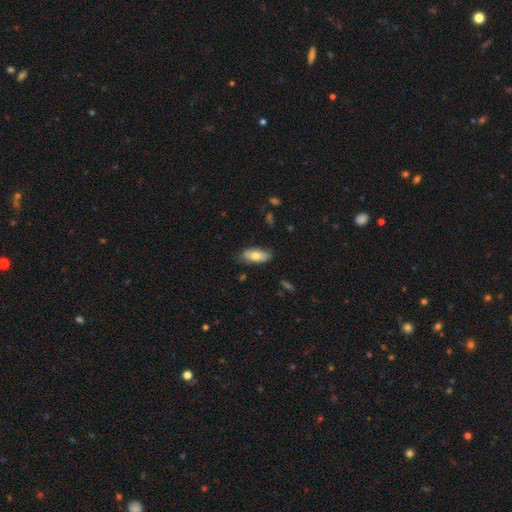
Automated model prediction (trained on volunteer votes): This is likely a smooth galaxy (72%). How rounded: clearly in between (83%). Merging: likely none (78%).